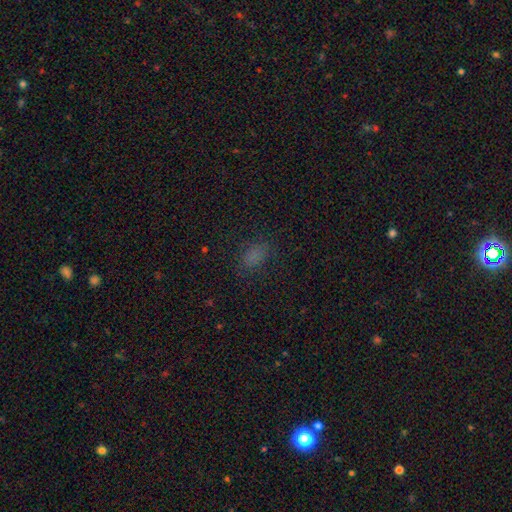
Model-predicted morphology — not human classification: Smooth or featured: smooth — 76% (star or artifact — 19%)
How rounded: in between — 83% (round — 15%)
Merging: none — 79% (minor disturbance — 14%)